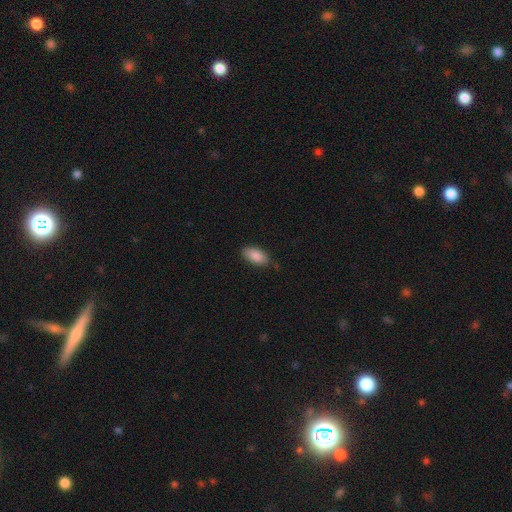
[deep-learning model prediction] smooth 88%, star or artifact 6%, featured or disk 6%. Down the decision tree: how rounded — in between (92%); merging — none (81%).